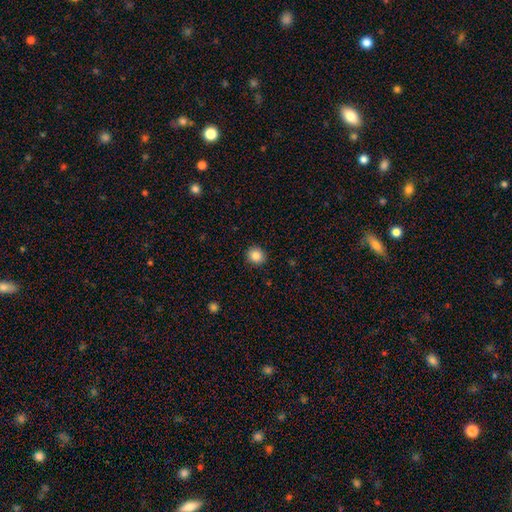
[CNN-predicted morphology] Smooth or featured?
  - smooth: 87% *
  - star or artifact: 10%
  - featured or disk: 4%
How rounded?
  - round: 81% *
  - in between: 18%
  - cigar-shaped: 1%
Merging?
  - none: 90% *
  - minor disturbance: 7%
  - major disturbance: 2%
  - merger: 1%